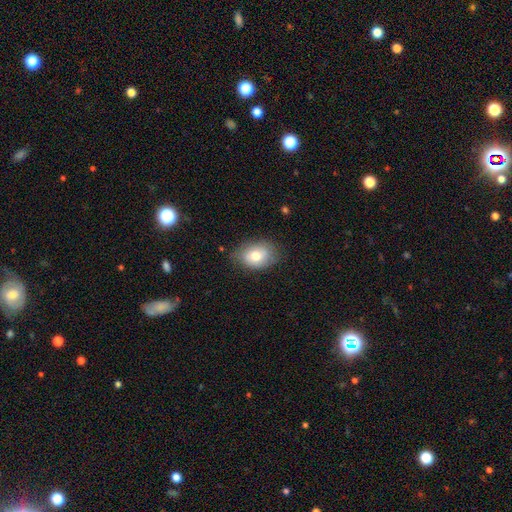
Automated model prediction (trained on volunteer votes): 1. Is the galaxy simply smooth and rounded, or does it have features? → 73% smooth, 19% featured or disk, 8% star or artifact.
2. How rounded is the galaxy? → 76% in between, 23% round, 1% cigar-shaped.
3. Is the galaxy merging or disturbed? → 72% none, 22% minor disturbance, 5% major disturbance, 1% merger.